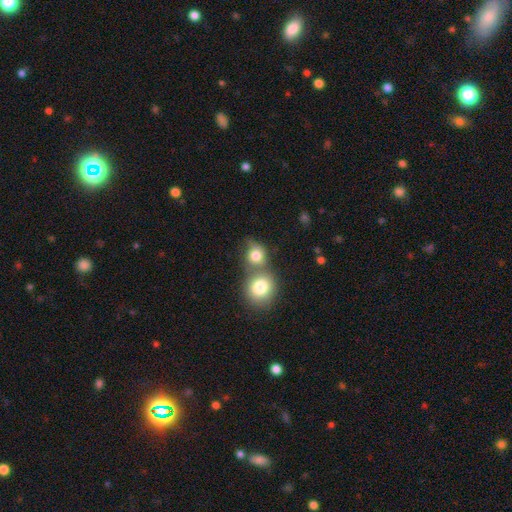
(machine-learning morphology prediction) type=smooth (78%); roundness=round (75%); merging=merger (54%).